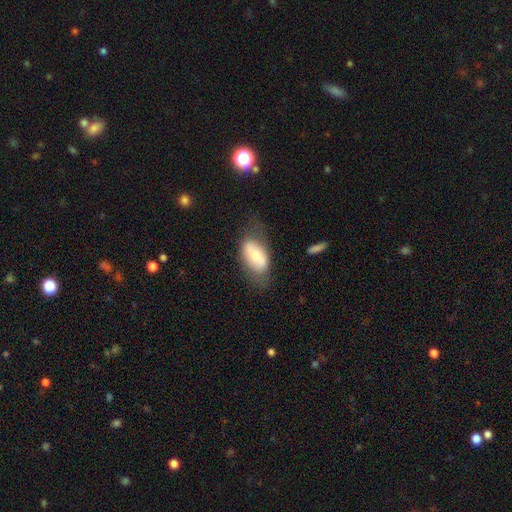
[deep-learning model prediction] Smooth or featured: smooth — 64% (featured or disk — 30%)
How rounded: in between — 92% (cigar-shaped — 4%)
Merging: none — 55% (minor disturbance — 27%)